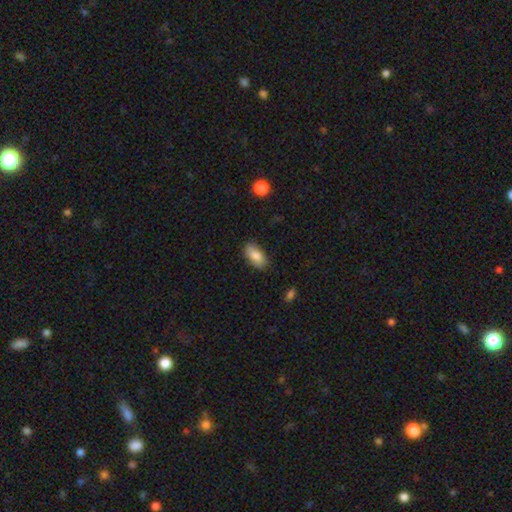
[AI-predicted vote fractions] smooth_or_featured: smooth (p=0.83) [alt: featured or disk p=0.10]
how_rounded: in between (p=0.89) [alt: cigar-shaped p=0.07]
merging: none (p=0.83) [alt: minor disturbance p=0.13]